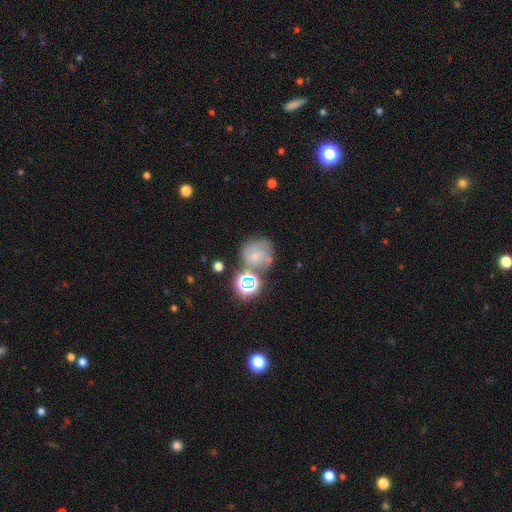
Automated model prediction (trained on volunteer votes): smooth_or_featured: featured or disk (p=0.53) [alt: smooth p=0.29]
disk_edge_on: no (p=0.97) [alt: yes p=0.03]
bar: no (p=0.63) [alt: weak p=0.30]
has_spiral_arms: yes (p=0.84) [alt: no p=0.16]
bulge_size: small (p=0.62) [alt: moderate p=0.22]
merging: none (p=0.52) [alt: minor disturbance p=0.20]